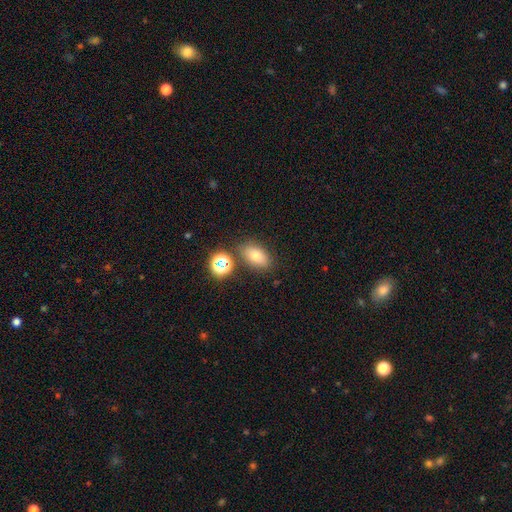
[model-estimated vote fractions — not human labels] Smooth or featured? Predicted: smooth (p=0.71). How rounded? Predicted: in between (p=0.82). Merging? Predicted: none (p=0.78).